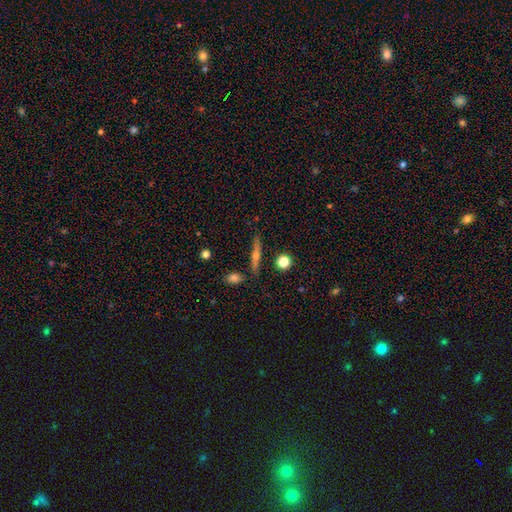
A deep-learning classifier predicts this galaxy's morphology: Smooth or featured?
  - featured or disk: 59% *
  - smooth: 33%
  - star or artifact: 8%
Edge-on disk?
  - yes: 95% *
  - no: 5%
Edge-on bulge?
  - rounded: 84% *
  - none: 11%
  - boxy: 5%
Merging?
  - none: 85% *
  - minor disturbance: 9%
  - merger: 3%
  - major disturbance: 2%